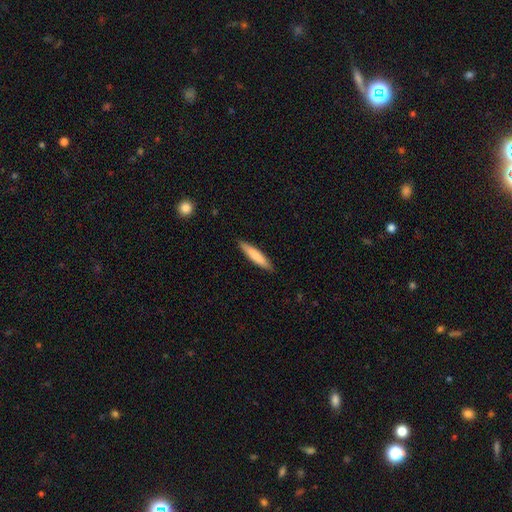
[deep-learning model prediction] This appears to be a smooth galaxy with no disk features (80%) that is cigar-shaped (88%). Merging: none (89%).